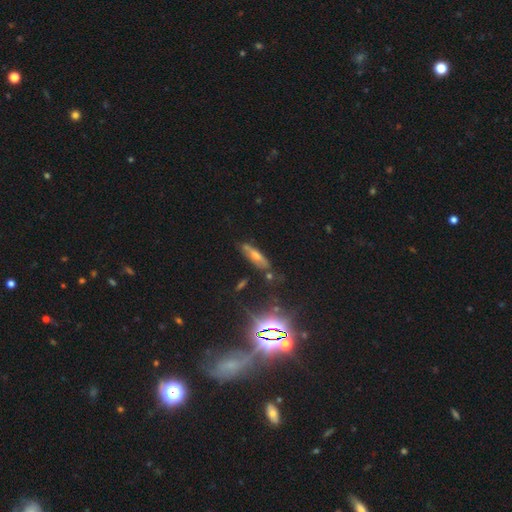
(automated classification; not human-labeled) Morphology: type=featured or disk (36%); merging=none (74%).